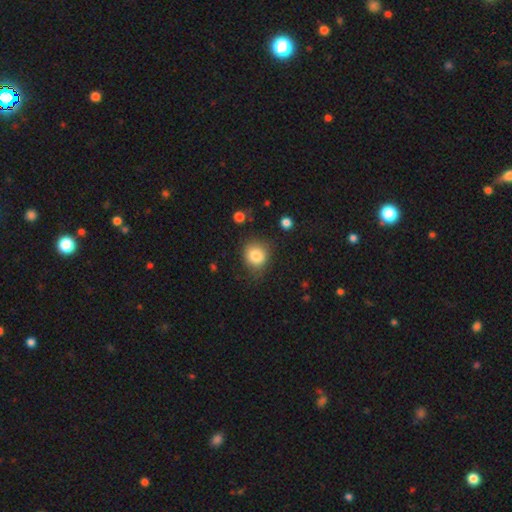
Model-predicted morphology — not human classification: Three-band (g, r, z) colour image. It shows a smooth galaxy with no disk features (82%) that is round (77%). Merging: none (72%).